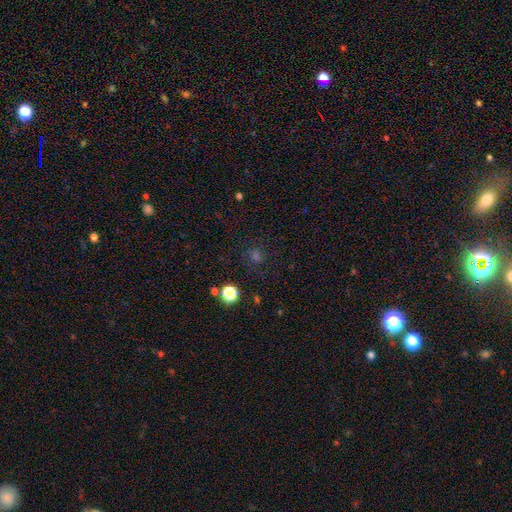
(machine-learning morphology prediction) Smooth or featured?
  - smooth: 49% *
  - star or artifact: 41%
  - featured or disk: 10%
Merging?
  - none: 79% *
  - minor disturbance: 11%
  - major disturbance: 6%
  - merger: 3%